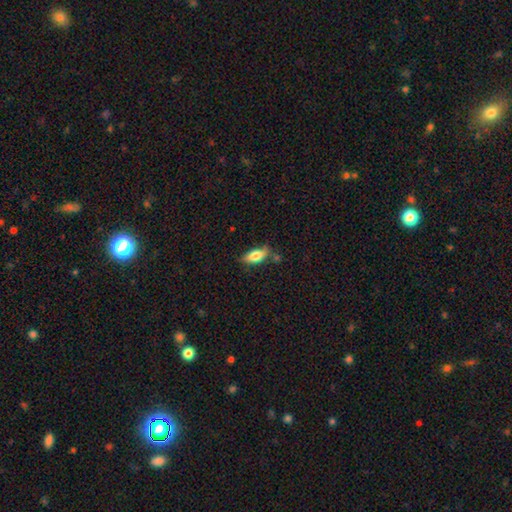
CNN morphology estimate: smooth_or_featured: smooth (p=0.79) [alt: featured or disk p=0.15]
how_rounded: in between (p=0.83) [alt: cigar-shaped p=0.14]
merging: none (p=0.68) [alt: minor disturbance p=0.21]